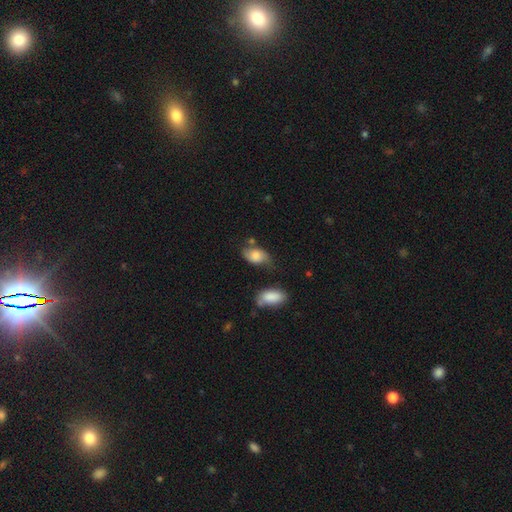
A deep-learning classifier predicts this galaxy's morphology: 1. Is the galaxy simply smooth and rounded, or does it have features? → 66% smooth, 25% featured or disk, 9% star or artifact.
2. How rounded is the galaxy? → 86% in between, 12% round, 2% cigar-shaped.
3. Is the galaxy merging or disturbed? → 47% none, 31% minor disturbance, 12% major disturbance, 10% merger.